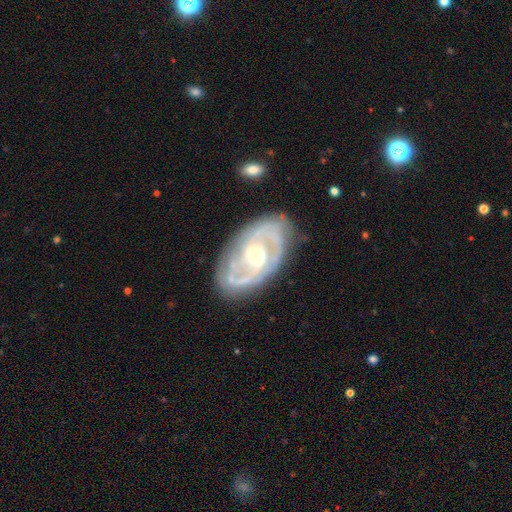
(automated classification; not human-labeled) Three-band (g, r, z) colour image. It shows a featured or disk galaxy (86%) with no bar (49%), 2 (56%) tight (52%) spiral arms (90%) and a moderate central bulge (67%). Merging: none (78%).